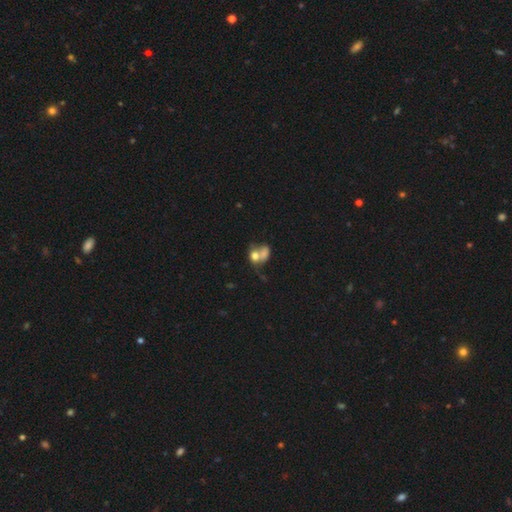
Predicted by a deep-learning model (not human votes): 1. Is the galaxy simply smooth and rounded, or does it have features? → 65% smooth, 24% featured or disk, 11% star or artifact.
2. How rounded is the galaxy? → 53% in between, 46% round, 2% cigar-shaped.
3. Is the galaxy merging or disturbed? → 65% merger, 17% none, 10% major disturbance, 8% minor disturbance.